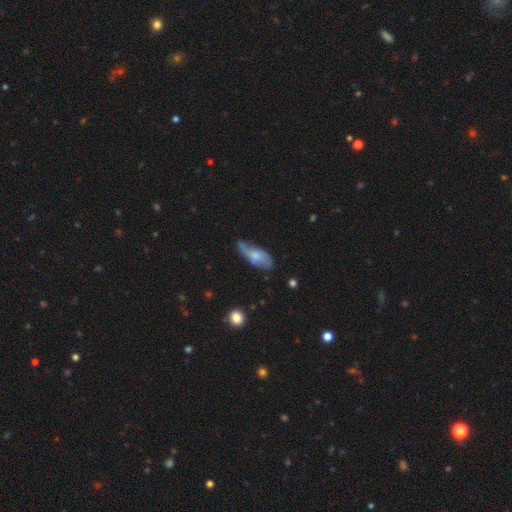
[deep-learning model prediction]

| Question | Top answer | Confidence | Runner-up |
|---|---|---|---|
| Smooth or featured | smooth | 50% | featured or disk (43%) |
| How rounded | in between | 79% | cigar-shaped (18%) |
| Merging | none | 42% | minor disturbance (38%) |